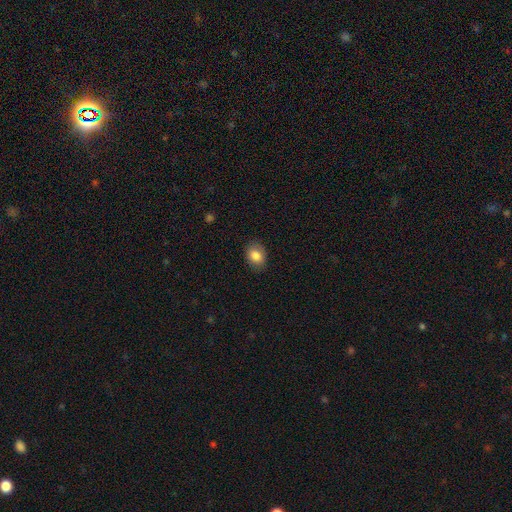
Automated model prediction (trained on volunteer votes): smooth-or-featured: smooth: 84% | star or artifact: 8% | featured or disk: 8%
  how-rounded: in between: 67% | round: 32% | cigar-shaped: 1%
  merging: none: 84% | minor disturbance: 12% | major disturbance: 3% | merger: 1%